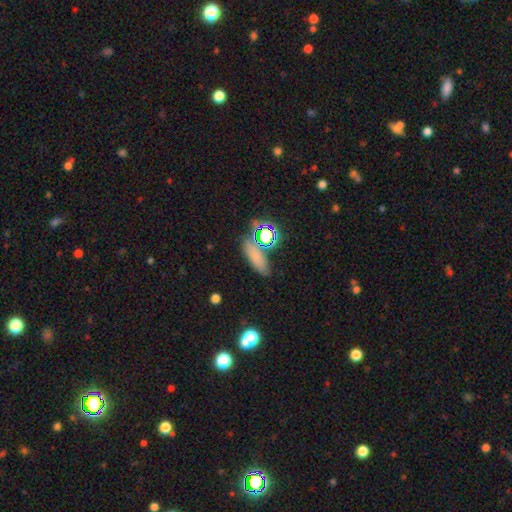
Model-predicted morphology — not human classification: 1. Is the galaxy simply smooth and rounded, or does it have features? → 66% smooth, 23% star or artifact, 11% featured or disk.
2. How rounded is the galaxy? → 45% in between (tied), 45% cigar-shaped (tied), 10% round.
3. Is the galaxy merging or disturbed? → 74% none, 14% minor disturbance, 7% merger, 5% major disturbance.